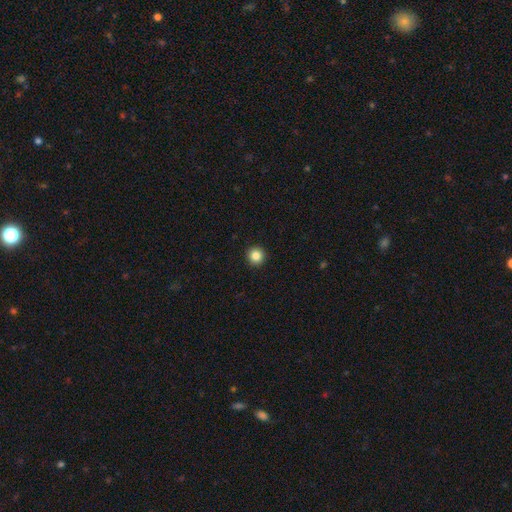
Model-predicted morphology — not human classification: Smooth or featured? Predicted: smooth (p=0.85). How rounded? Predicted: round (p=0.96). Merging? Predicted: none (p=0.94).